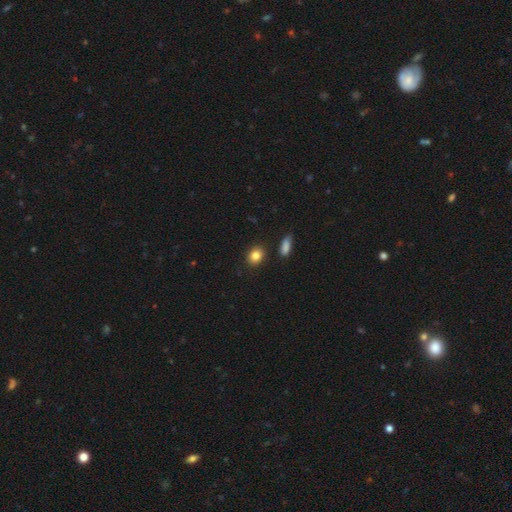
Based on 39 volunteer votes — A smooth galaxy with no disk features (95%) that is round (62%).

Vote fractions:
- Smooth or featured? smooth: 95% / featured or disk: 3% / star or artifact: 3%
- How rounded? round: 62% / in between: 38% / cigar-shaped: 0%
- Merging? none: 76% / minor disturbance: 21% / merger: 3% / major disturbance: 0%